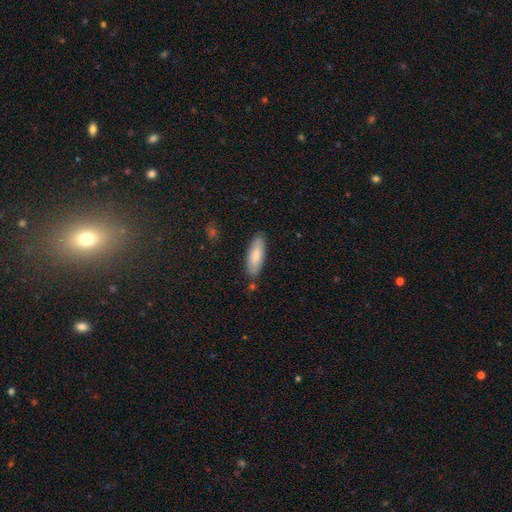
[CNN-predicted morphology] smooth_or_featured: smooth (p=0.78) [alt: featured or disk p=0.17]
how_rounded: in between (p=0.72) [alt: cigar-shaped p=0.27]
merging: none (p=0.81) [alt: minor disturbance p=0.13]